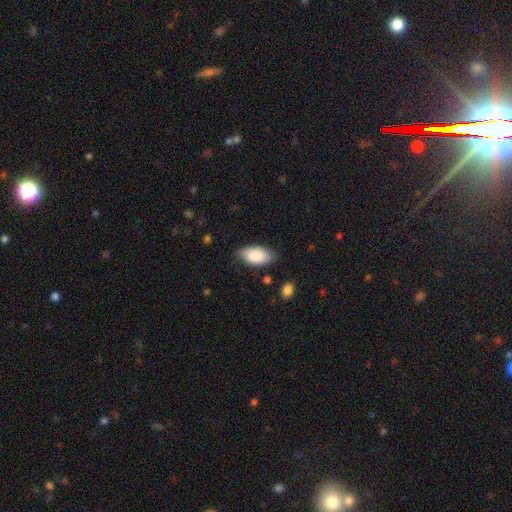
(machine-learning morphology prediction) Q: Smooth or featured?
A: smooth (86%); runner-up: featured or disk (8%)
Q: How rounded?
A: in between (94%); runner-up: cigar-shaped (3%)
Q: Merging?
A: none (77%); runner-up: minor disturbance (18%)